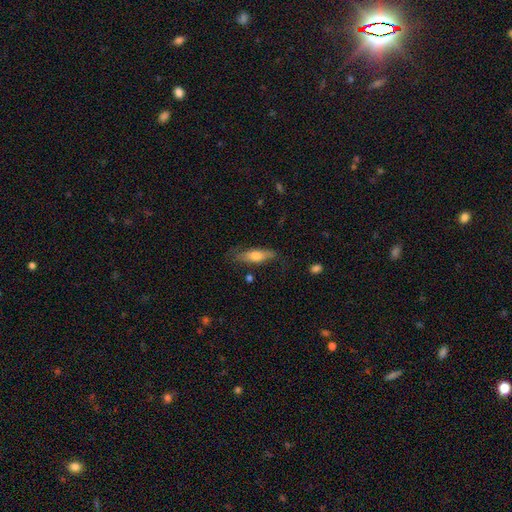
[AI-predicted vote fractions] A smooth galaxy with no disk features (65%) that is cigar-shaped (49%, tied with in between).

Vote fractions:
- Smooth or featured? smooth: 65% / featured or disk: 29% / star or artifact: 6%
- How rounded? cigar-shaped: 49% (tied) / in between: 49% (tied) / round: 2%
- Merging? none: 70% / minor disturbance: 21% / major disturbance: 6% / merger: 2%